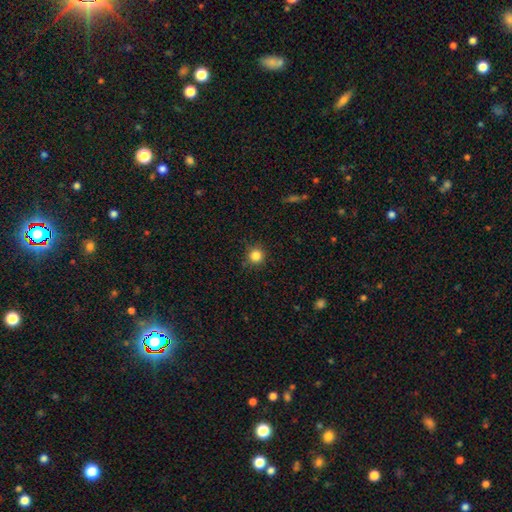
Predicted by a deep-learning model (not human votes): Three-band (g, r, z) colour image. It shows a smooth galaxy with no disk features (84%) that is round (94%). Merging: none (88%).